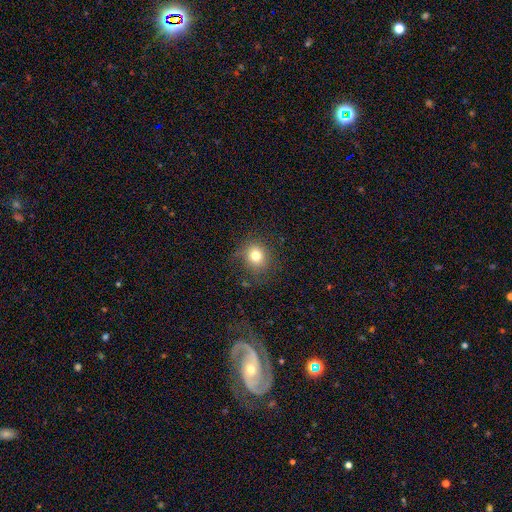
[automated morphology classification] This is likely a smooth galaxy (77%). How rounded: clearly round (83%). Merging: likely none (78%).